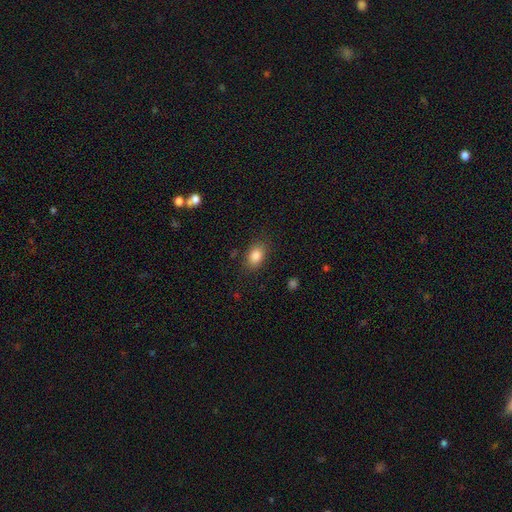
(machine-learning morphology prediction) Smooth or featured: smooth — 84% (star or artifact — 9%)
How rounded: in between — 83% (round — 16%)
Merging: none — 84% (minor disturbance — 11%)